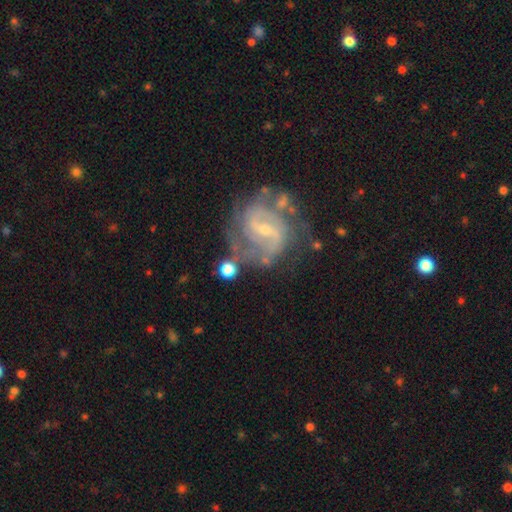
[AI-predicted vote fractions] A featured or disk galaxy (89%) with a weak bar (54%), 2 (65%) medium (48%) spiral arms (96%) and a small central bulge (68%).

Vote fractions:
- Smooth or featured? featured or disk: 89% / star or artifact: 6% / smooth: 5%
- Edge-on disk? no: 98% / yes: 2%
- Bar? weak: 54% / strong: 26% / no: 20%
- Spiral arms? yes: 96% / no: 4%
- Spiral winding? medium: 48% / tight: 38% / loose: 14%
- Spiral arm count? 2: 65% / can't tell: 14% / 3: 11% / 4: 4% / 1: 3% / more than 4: 3%
- Bulge size? small: 68% / moderate: 28% / none: 2% / large: 1% / dominant: 1%
- Merging? none: 63% / minor disturbance: 19% / major disturbance: 11% / merger: 7%